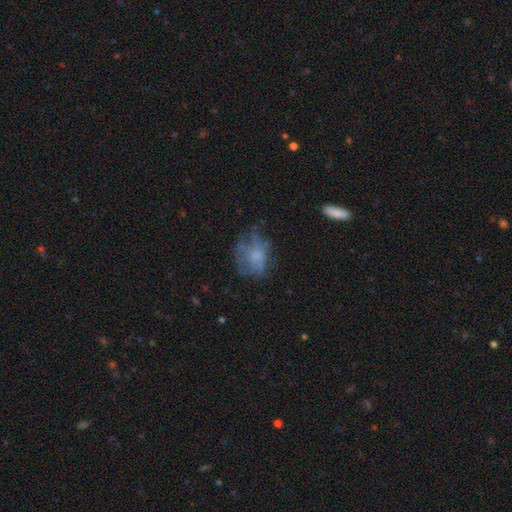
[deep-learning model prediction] Smooth or featured? smooth (47%)
Merging? none (50%)